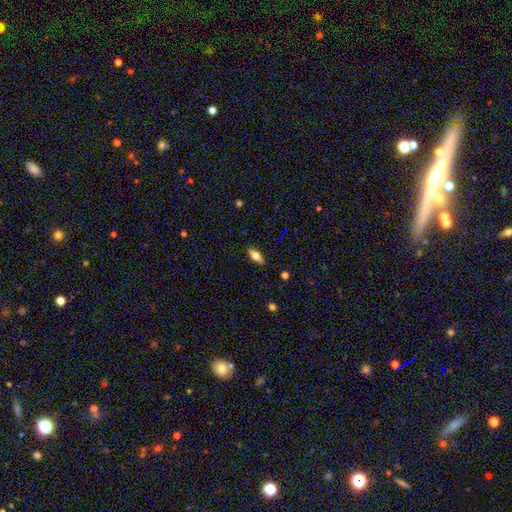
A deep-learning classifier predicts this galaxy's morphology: type=smooth (65%); roundness=in between (76%); merging=none (88%).